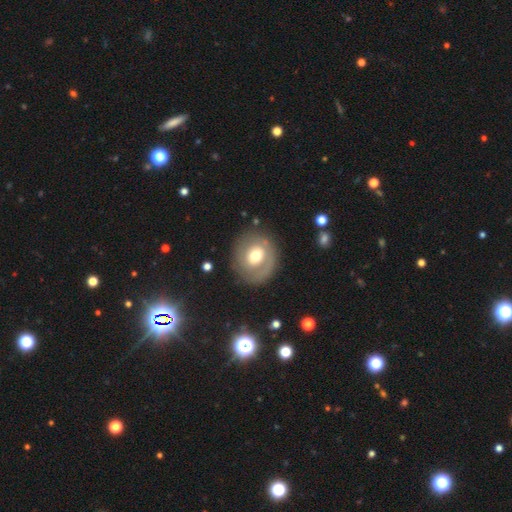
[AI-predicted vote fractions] smooth-or-featured: featured or disk: 46% (tied) | smooth: 46% (tied) | star or artifact: 7%
  merging: none: 76% | minor disturbance: 14% | major disturbance: 8% | merger: 2%